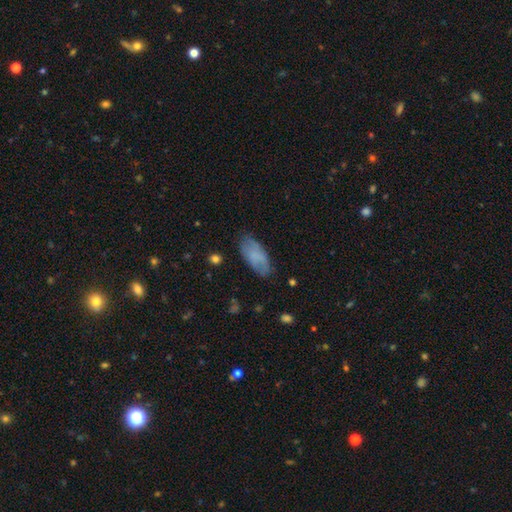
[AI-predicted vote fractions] smooth 73%, featured or disk 20%, star or artifact 7%. Down the decision tree: how rounded — in between (90%); merging — none (74%).